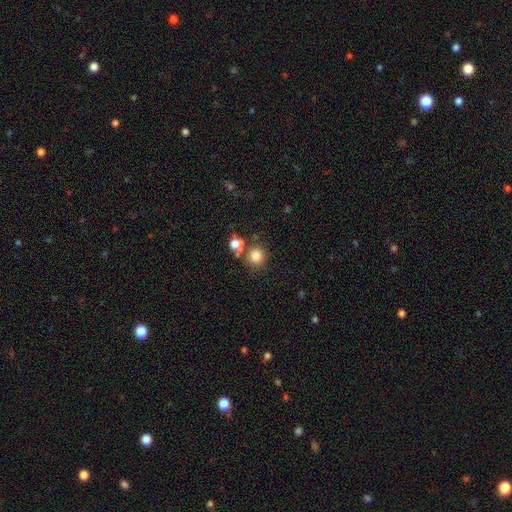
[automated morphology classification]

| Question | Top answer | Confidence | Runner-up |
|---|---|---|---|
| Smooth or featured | smooth | 80% | star or artifact (13%) |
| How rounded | round | 89% | in between (10%) |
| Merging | none | 70% | merger (17%) |